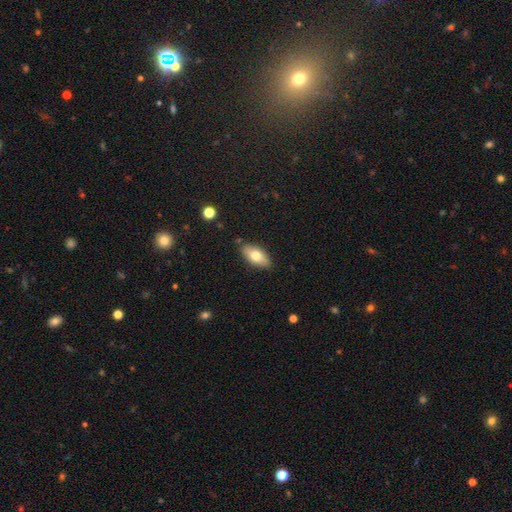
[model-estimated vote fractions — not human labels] Morphology: type=smooth (71%); roundness=in between (89%); merging=none (84%).